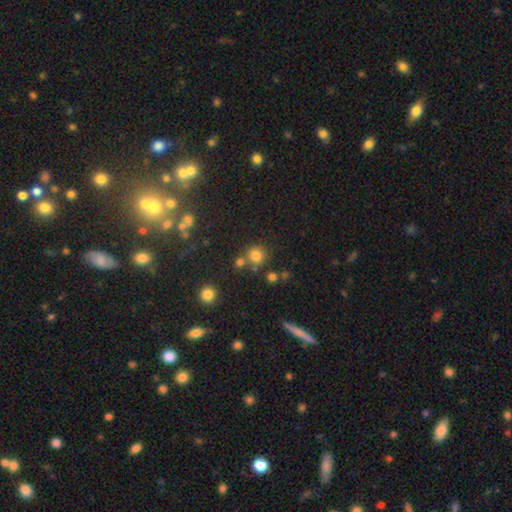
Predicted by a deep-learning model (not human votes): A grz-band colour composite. It shows a smooth galaxy with no disk features (76%) that is round (85%). Merging: none (66%).